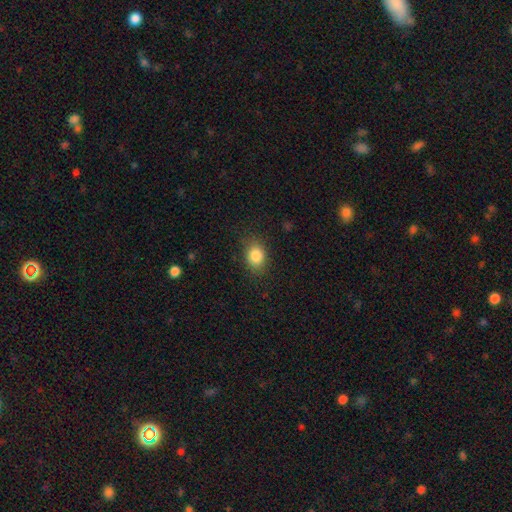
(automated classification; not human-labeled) smooth 85%, star or artifact 9%, featured or disk 6%. Down the decision tree: how rounded — in between (63%); merging — none (84%).